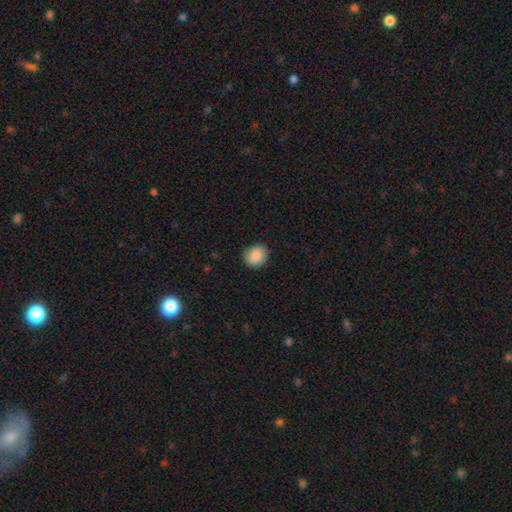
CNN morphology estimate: smooth 89%, star or artifact 8%, featured or disk 4%. Down the decision tree: how rounded — round (71%); merging — none (85%).